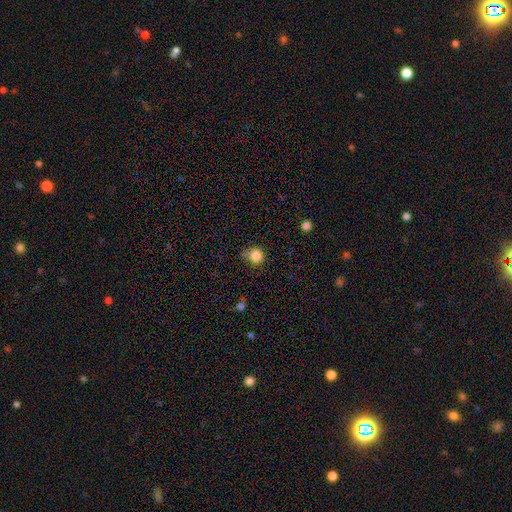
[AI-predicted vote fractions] Smooth or featured? smooth (84%)
How rounded? round (89%)
Merging? none (70%)